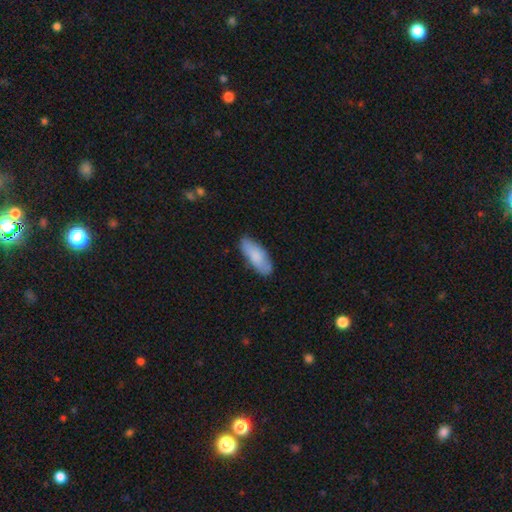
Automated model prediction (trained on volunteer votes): Smooth or featured?
  - smooth: 79% *
  - featured or disk: 16%
  - star or artifact: 6%
How rounded?
  - in between: 75% *
  - cigar-shaped: 23%
  - round: 2%
Merging?
  - none: 78% *
  - minor disturbance: 18%
  - major disturbance: 3%
  - merger: 2%